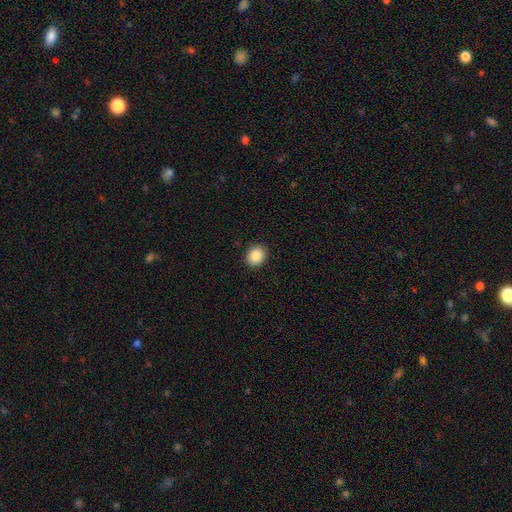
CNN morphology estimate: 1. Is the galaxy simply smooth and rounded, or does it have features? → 88% smooth, 9% star or artifact, 4% featured or disk.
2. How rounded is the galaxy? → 58% round, 42% in between, 1% cigar-shaped.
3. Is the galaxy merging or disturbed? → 91% none, 7% minor disturbance, 2% major disturbance, 1% merger.